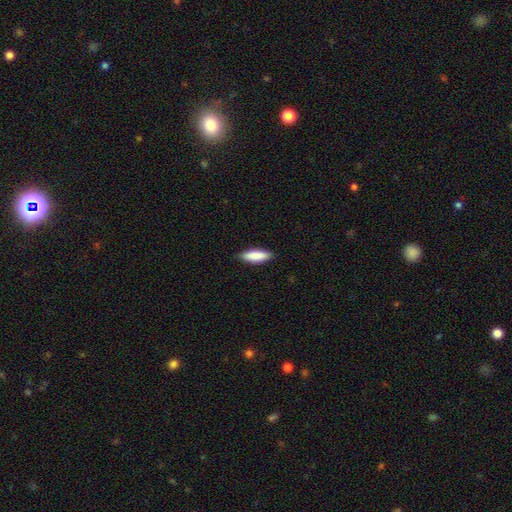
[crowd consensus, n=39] smooth_or_featured: smooth (p=0.79) [alt: featured or disk p=0.15]
how_rounded: in between (p=0.58) [alt: cigar-shaped p=0.42]
merging: none (p=0.92) [alt: major disturbance p=0.05]